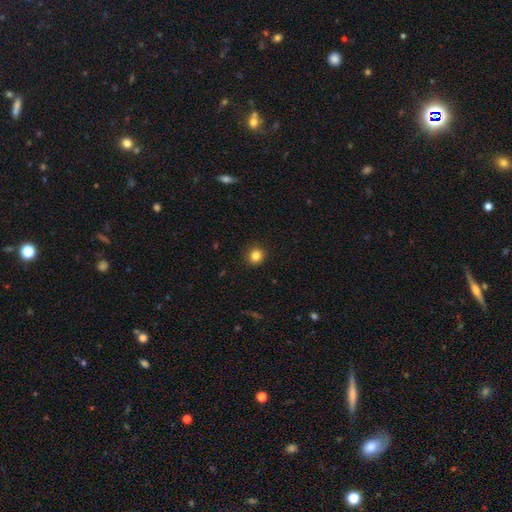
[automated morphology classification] A smooth galaxy with no disk features (84%) that is round (89%). Merging: none (92%).